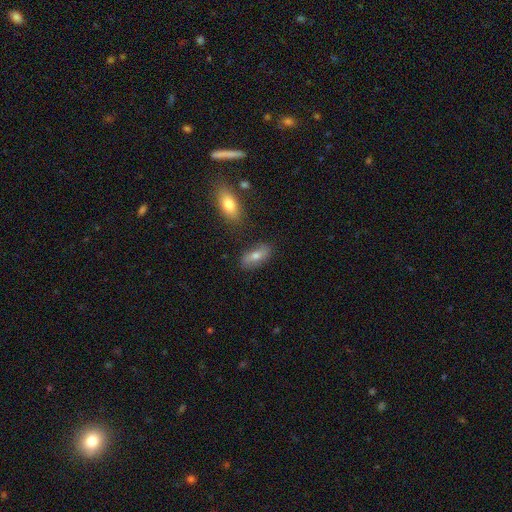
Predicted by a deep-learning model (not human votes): The model was most divided on "smooth or featured": smooth: 66%, featured or disk: 26%, star or artifact: 9%. More confident: merging — none (82%); how rounded — in between (80%).